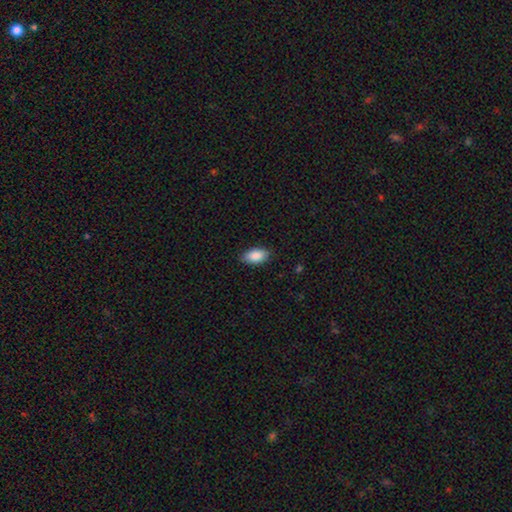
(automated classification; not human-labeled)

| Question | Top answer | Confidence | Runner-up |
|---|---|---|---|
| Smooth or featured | smooth | 89% | star or artifact (6%) |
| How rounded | in between | 94% | round (4%) |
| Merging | none | 84% | minor disturbance (12%) |